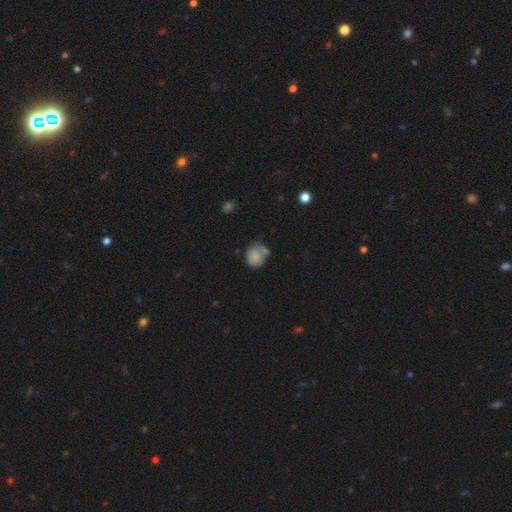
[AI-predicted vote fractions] smooth_or_featured: smooth (p=0.75) [alt: featured or disk p=0.16]
how_rounded: round (p=0.64) [alt: in between p=0.35]
merging: none (p=0.41) [alt: minor disturbance p=0.27]